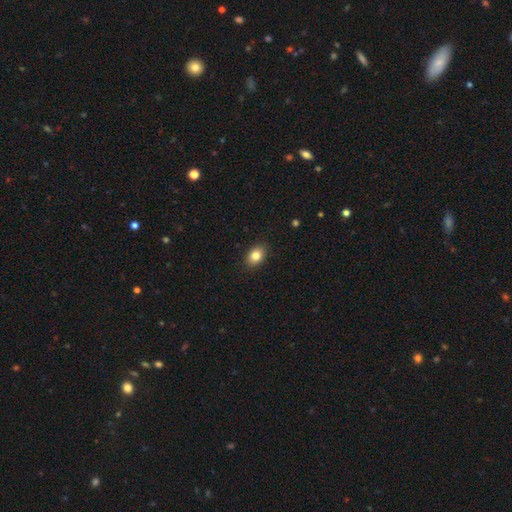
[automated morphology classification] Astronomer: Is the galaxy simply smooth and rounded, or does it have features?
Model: smooth — 83%.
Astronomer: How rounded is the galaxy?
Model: in between — 74%.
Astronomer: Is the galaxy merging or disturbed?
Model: none — 88%.